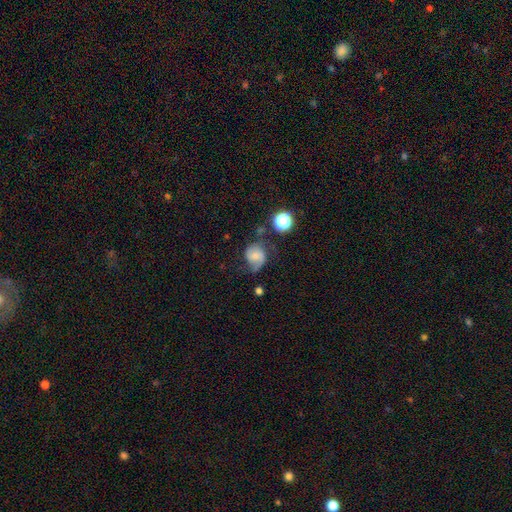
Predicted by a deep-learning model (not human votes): smooth-or-featured: featured or disk: 53% | smooth: 36% | star or artifact: 11%
  disk-edge-on: no: 97% | yes: 3%
    bar: no: 54% | weak: 37% | strong: 10%
    has-spiral-arms: yes: 86% | no: 14%
    bulge-size: small: 45% | moderate: 36% | none: 12% | large: 5% | dominant: 2%
  merging: none: 47% | minor disturbance: 29% | major disturbance: 19% | merger: 5%